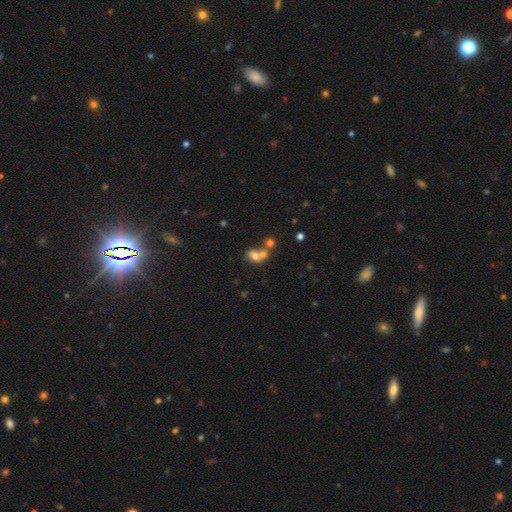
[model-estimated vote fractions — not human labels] Q: Smooth or featured?
A: smooth (66%); runner-up: featured or disk (20%)
Q: How rounded?
A: in between (51%); runner-up: round (48%)
Q: Merging?
A: merger (60%); runner-up: none (27%)